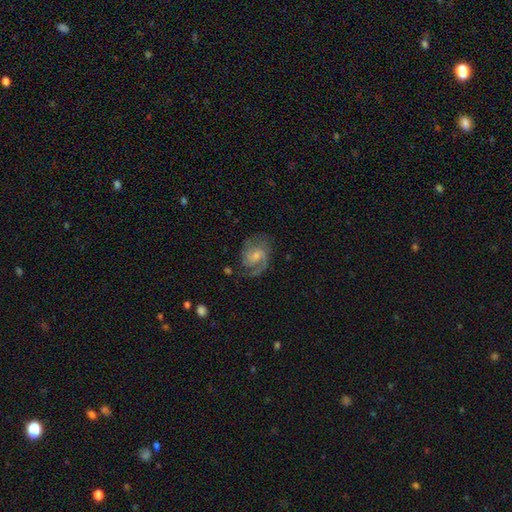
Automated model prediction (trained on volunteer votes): featured or disk 85%, smooth 8%, star or artifact 7%. Down the decision tree: edge-on disk — no (98%); bar — no (49%); spiral arms — yes (97%); spiral arm count — 2 (80%); spiral winding — medium (51%); bulge size — small (60%); merging — none (74%).